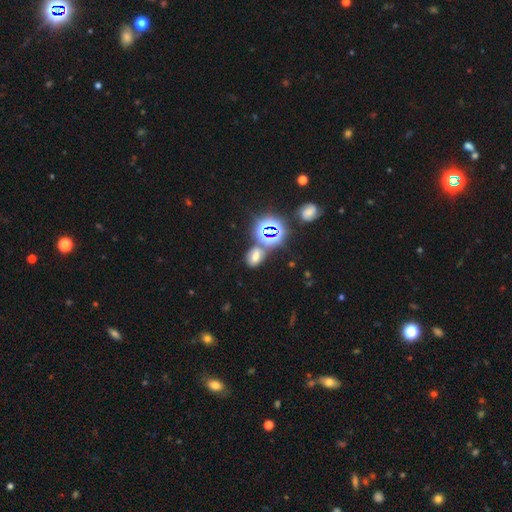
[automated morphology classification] This appears to be a smooth galaxy with no disk features (51%) that is in between round and cigar-shaped (74%). Merging: none (63%).